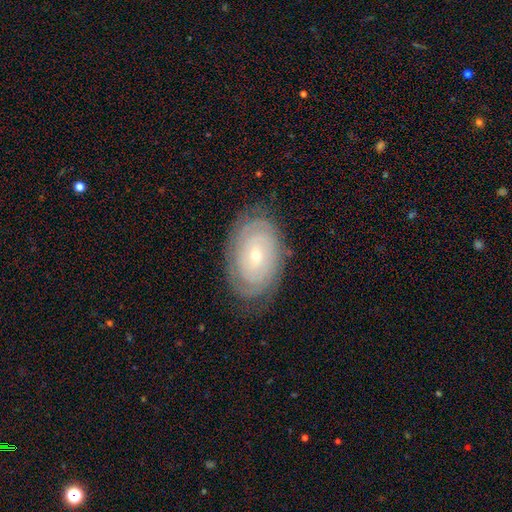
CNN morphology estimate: A featured or disk galaxy (79%) with no bar (72%), tight (85%) spiral arms (92%) and a small central bulge (67%).

Vote fractions:
- Smooth or featured? featured or disk: 79% / smooth: 14% / star or artifact: 7%
- Edge-on disk? no: 95% / yes: 5%
- Bar? no: 72% / weak: 22% / strong: 6%
- Spiral arms? yes: 92% / no: 8%
- Spiral winding? tight: 85% / medium: 12% / loose: 3%
- Spiral arm count? can't tell: 47% / 2: 25% / 3: 11% / 4: 8% / more than 4: 5% / 1: 5%
- Bulge size? small: 67% / moderate: 30% / large: 1% / none: 1% / dominant: 1%
- Merging? none: 81% / minor disturbance: 14% / major disturbance: 4% / merger: 1%